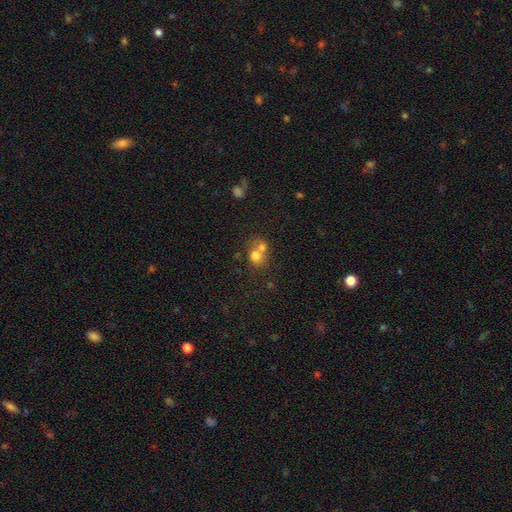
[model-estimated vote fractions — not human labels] Overall: smooth (72%). How rounded: round (71%). Merging: merger (59%; none 31%).